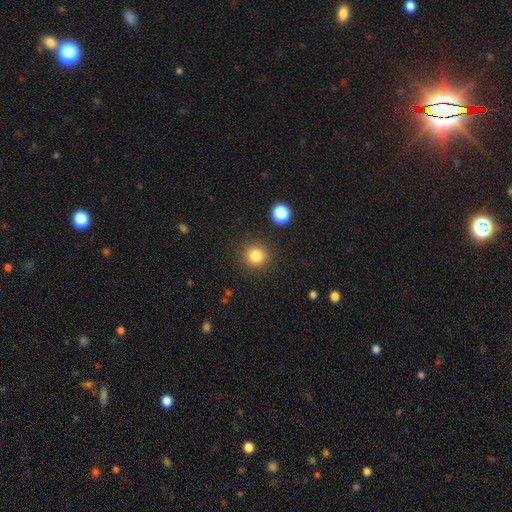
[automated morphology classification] A smooth galaxy with no disk features (82%) that is round (93%).

Vote fractions:
- Smooth or featured? smooth: 82% / star or artifact: 12% / featured or disk: 6%
- How rounded? round: 93% / in between: 6% / cigar-shaped: 1%
- Merging? none: 90% / minor disturbance: 6% / major disturbance: 3% / merger: 2%